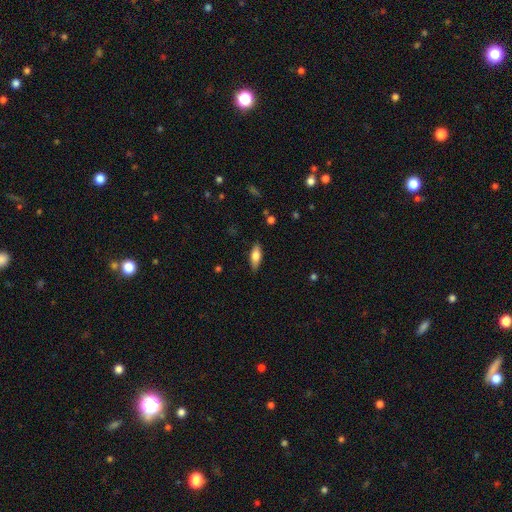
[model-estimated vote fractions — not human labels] Smooth or featured? Predicted: smooth (p=0.71). How rounded? Predicted: in between (p=0.68). Merging? Predicted: none (p=0.85).